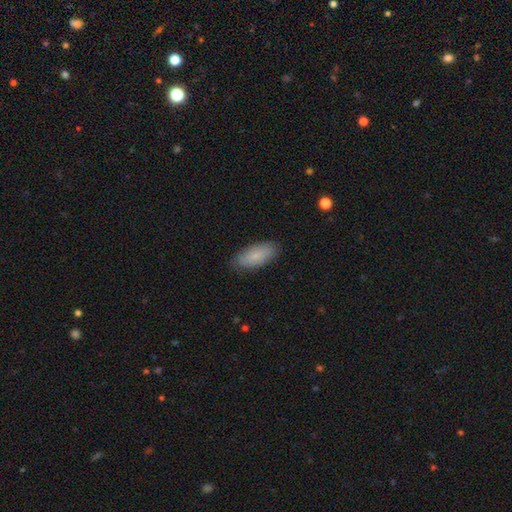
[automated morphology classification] Overall: smooth (83%). How rounded: in between (85%). Merging: none (85%).